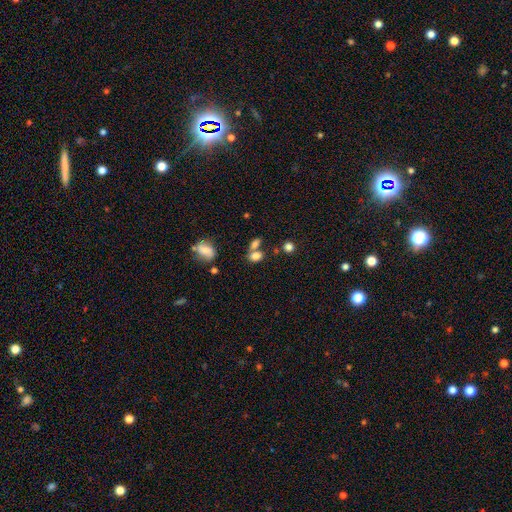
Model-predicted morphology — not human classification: A smooth galaxy with no disk features (79%) that is in between round and cigar-shaped (74%).

Vote fractions:
- Smooth or featured? smooth: 79% / star or artifact: 12% / featured or disk: 9%
- How rounded? in between: 74% / round: 24% / cigar-shaped: 3%
- Merging? merger: 41% (tied) / none: 41% (tied) / minor disturbance: 12% / major disturbance: 6%